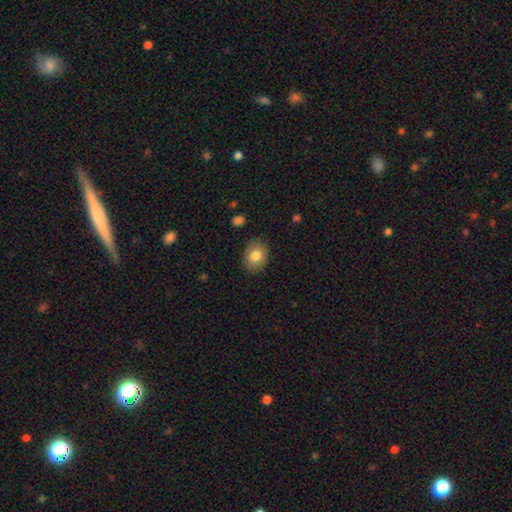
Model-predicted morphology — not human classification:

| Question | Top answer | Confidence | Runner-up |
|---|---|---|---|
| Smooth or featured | smooth | 81% | featured or disk (11%) |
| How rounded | in between | 60% | round (39%) |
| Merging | none | 85% | minor disturbance (11%) |